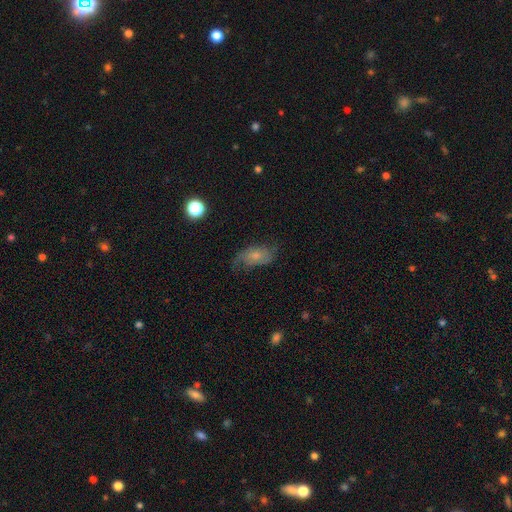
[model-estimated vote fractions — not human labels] Morphology: type=smooth (48%); merging=none (52%).